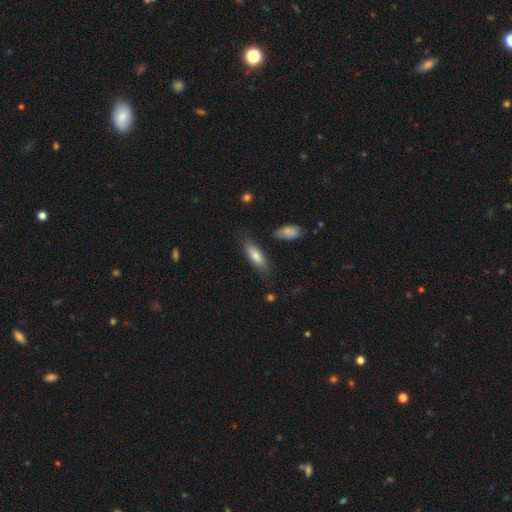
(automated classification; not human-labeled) smooth_or_featured: smooth (p=0.75) [alt: featured or disk p=0.18]
how_rounded: in between (p=0.58) [alt: cigar-shaped p=0.40]
merging: none (p=0.78) [alt: minor disturbance p=0.15]